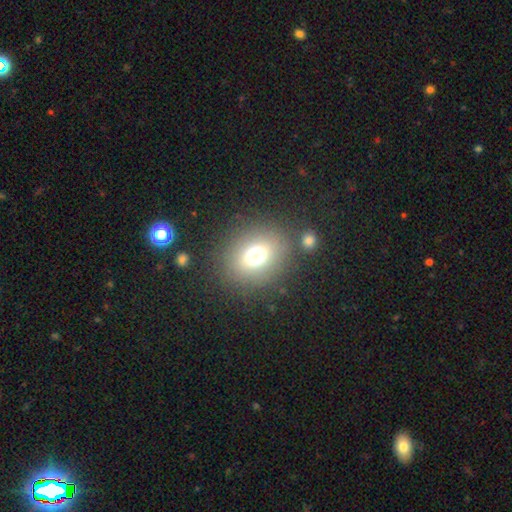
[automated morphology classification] A smooth galaxy with no disk features (69%) that is round (62%). Merging: none (78%).